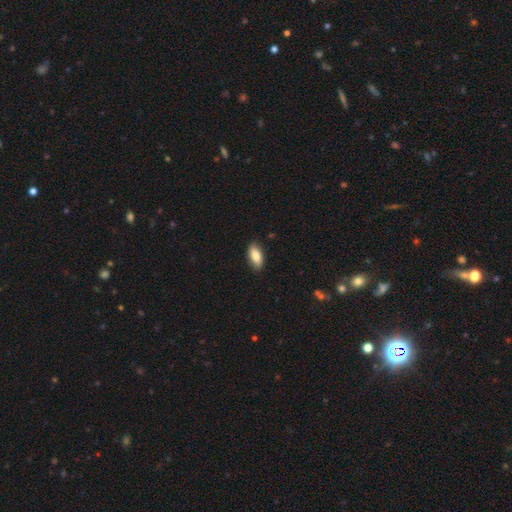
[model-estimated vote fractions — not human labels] smooth-or-featured: smooth: 82% | featured or disk: 12% | star or artifact: 6%
  how-rounded: in between: 90% | cigar-shaped: 7% | round: 3%
  merging: none: 86% | minor disturbance: 11% | major disturbance: 2% | merger: 1%